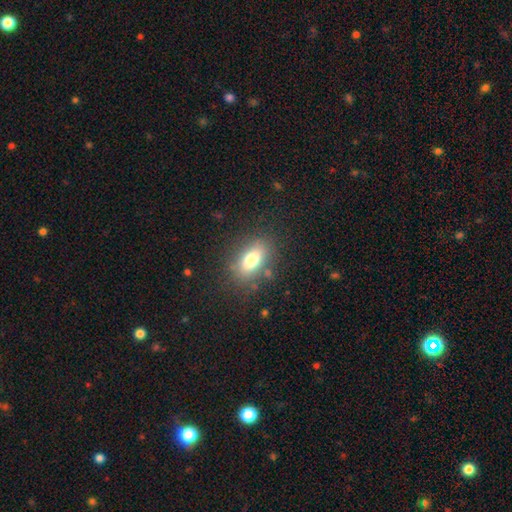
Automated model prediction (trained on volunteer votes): This is likely a smooth galaxy (76%). How rounded: clearly in between (85%). Merging: clearly none (82%).